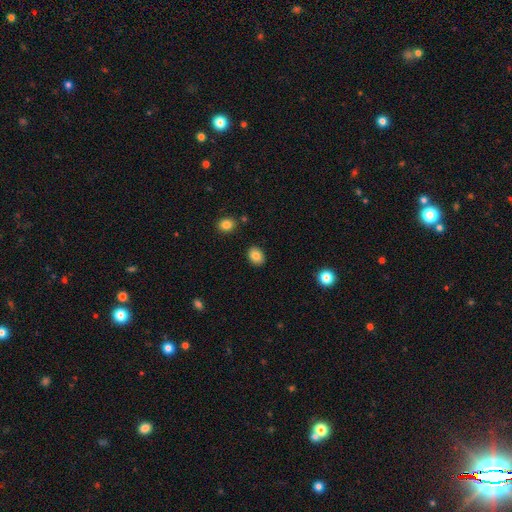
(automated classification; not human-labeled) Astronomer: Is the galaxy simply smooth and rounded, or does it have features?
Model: smooth — 85%.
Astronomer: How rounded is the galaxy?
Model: in between — 59% (runner-up: round, 40%).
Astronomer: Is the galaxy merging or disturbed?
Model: none — 89%.